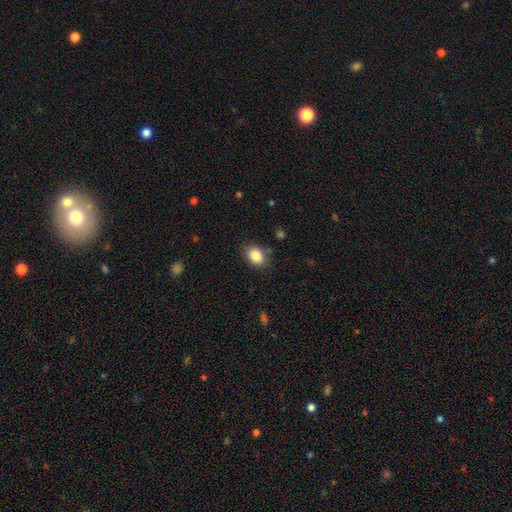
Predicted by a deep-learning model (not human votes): Smooth or featured? smooth (86%)
How rounded? in between (75%)
Merging? none (81%)